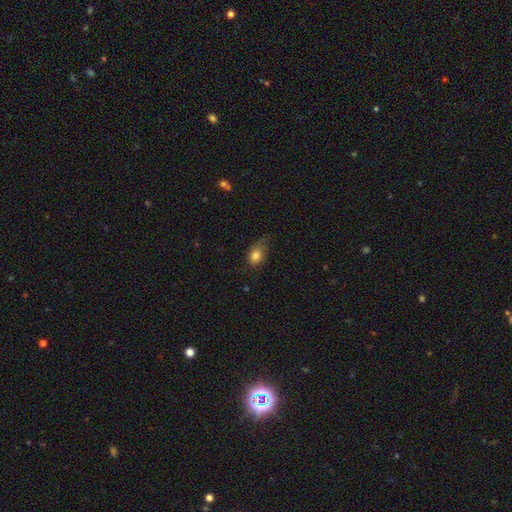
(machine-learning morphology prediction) Q: Smooth or featured?
A: smooth (78%); runner-up: featured or disk (12%)
Q: How rounded?
A: in between (71%); runner-up: round (27%)
Q: Merging?
A: none (41%); runner-up: minor disturbance (35%)